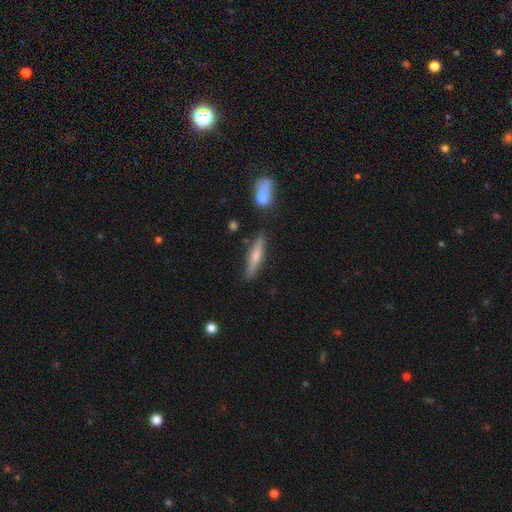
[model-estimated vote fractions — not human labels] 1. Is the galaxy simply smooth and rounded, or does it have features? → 54% smooth, 40% featured or disk, 6% star or artifact.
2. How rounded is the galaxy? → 84% cigar-shaped, 14% in between, 2% round.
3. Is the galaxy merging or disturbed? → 82% none, 11% minor disturbance, 4% merger, 3% major disturbance.